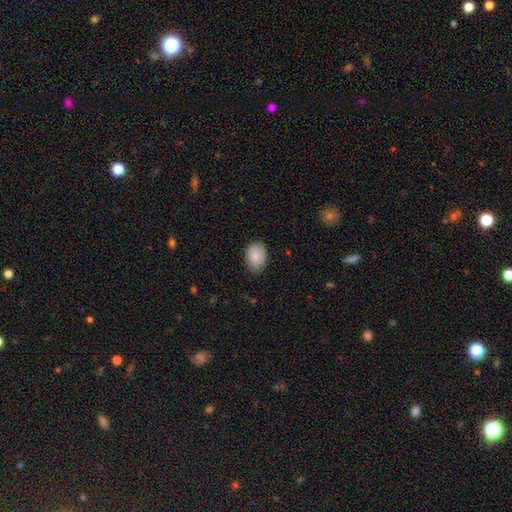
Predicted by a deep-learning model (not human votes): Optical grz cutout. It shows a smooth galaxy with no disk features (85%) that is in between round and cigar-shaped (77%). Merging: none (81%).